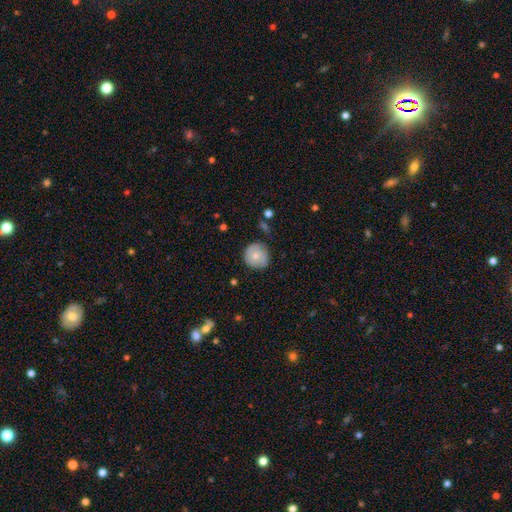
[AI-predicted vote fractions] Smooth or featured: smooth — 66% (featured or disk — 26%)
How rounded: round — 91% (in between — 8%)
Merging: none — 74% (minor disturbance — 21%)